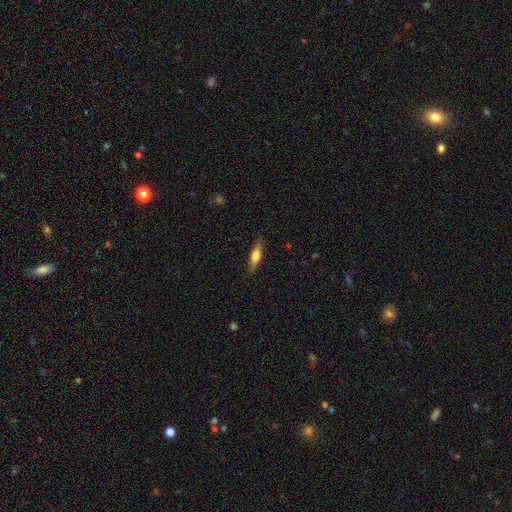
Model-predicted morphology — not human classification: Q: Smooth or featured?
A: smooth (57%); runner-up: featured or disk (36%)
Q: How rounded?
A: cigar-shaped (69%); runner-up: in between (29%)
Q: Merging?
A: none (86%); runner-up: minor disturbance (10%)